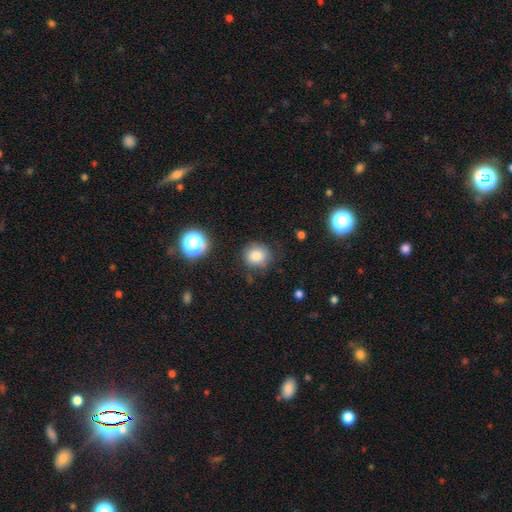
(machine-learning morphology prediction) smooth-or-featured: smooth: 82% | star or artifact: 11% | featured or disk: 7%
  how-rounded: round: 84% | in between: 15% | cigar-shaped: 1%
  merging: none: 78% | minor disturbance: 15% | major disturbance: 4% | merger: 3%